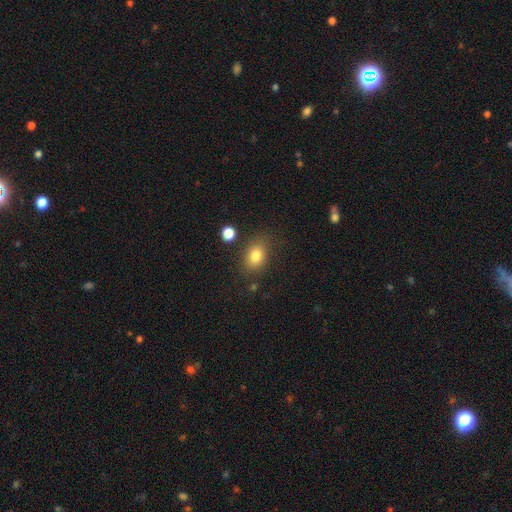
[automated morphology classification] This appears to be a smooth galaxy with no disk features (81%) that is in between round and cigar-shaped (70%). Merging: none (78%).